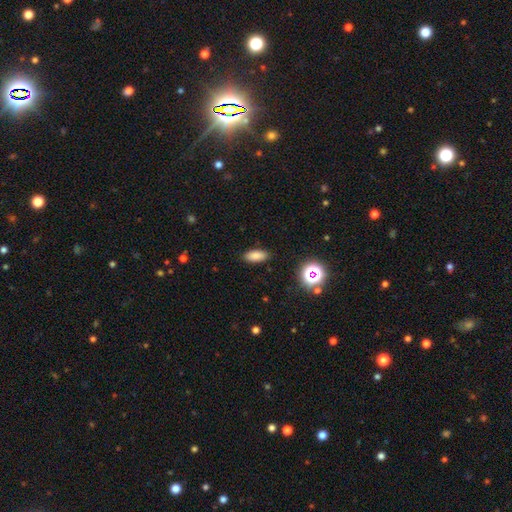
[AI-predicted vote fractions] smooth 82%, star or artifact 12%, featured or disk 6%. Down the decision tree: how rounded — in between (83%); merging — none (89%).